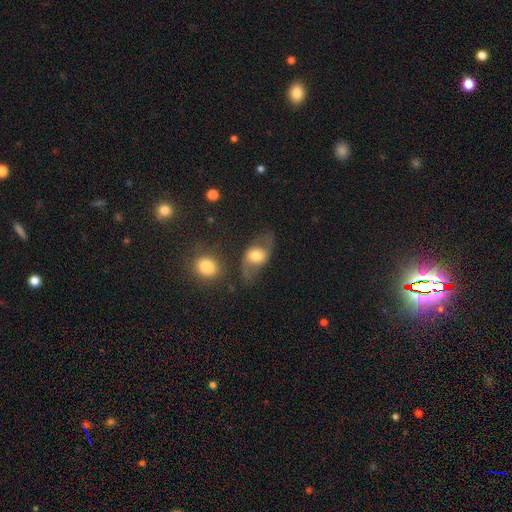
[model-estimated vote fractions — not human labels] Q: Smooth or featured?
A: featured or disk (56%); runner-up: smooth (36%)
Q: Edge-on disk?
A: no (92%); runner-up: yes (8%)
Q: Bar?
A: no (61%); runner-up: weak (30%)
Q: Spiral arms?
A: yes (78%); runner-up: no (22%)
Q: Bulge size?
A: moderate (58%); runner-up: large (26%)
Q: Merging?
A: none (55%); runner-up: minor disturbance (20%)